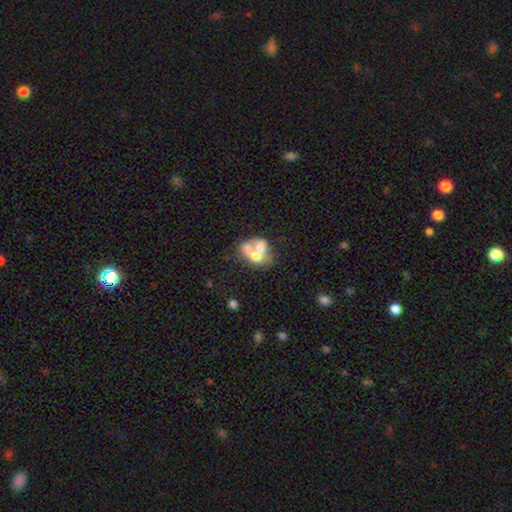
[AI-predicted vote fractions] Morphology: type=smooth (46%); merging=merger (69%).